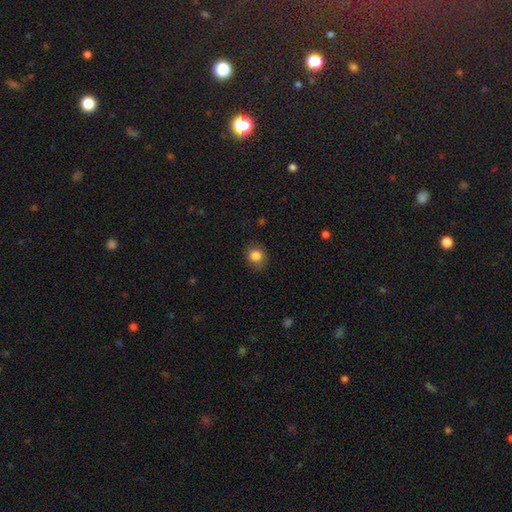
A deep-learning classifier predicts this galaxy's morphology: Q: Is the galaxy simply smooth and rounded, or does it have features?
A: smooth — 84%.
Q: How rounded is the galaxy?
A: round — 79%.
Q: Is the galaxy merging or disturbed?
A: none — 79%.